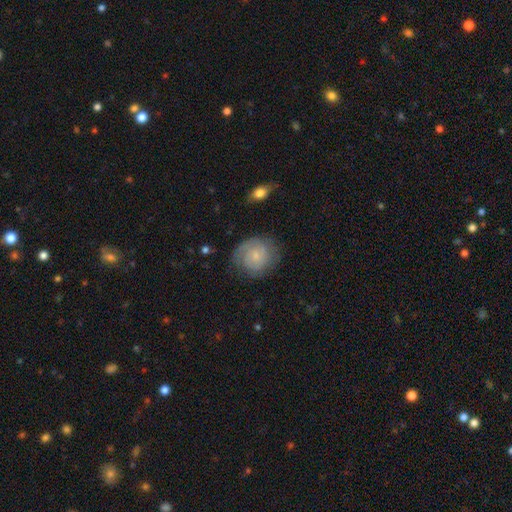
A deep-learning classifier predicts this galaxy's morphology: Smooth or featured? featured or disk (56%)
Edge-on disk? no (98%)
Bar? no (69%)
Spiral arms? yes (86%)
Bulge size? small (71%)
Merging? none (69%)